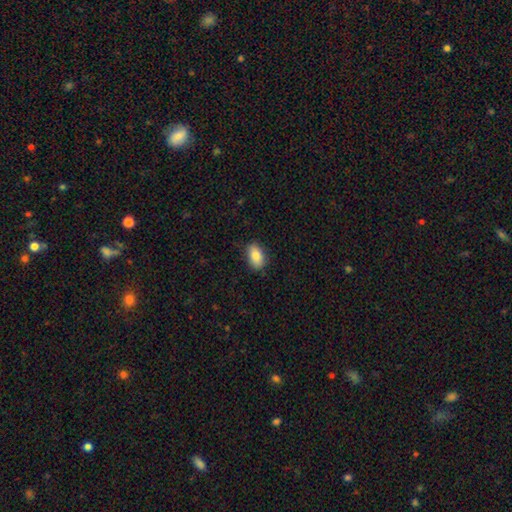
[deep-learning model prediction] Smooth or featured? Predicted: smooth (p=0.84). How rounded? Predicted: in between (p=0.91). Merging? Predicted: none (p=0.84).